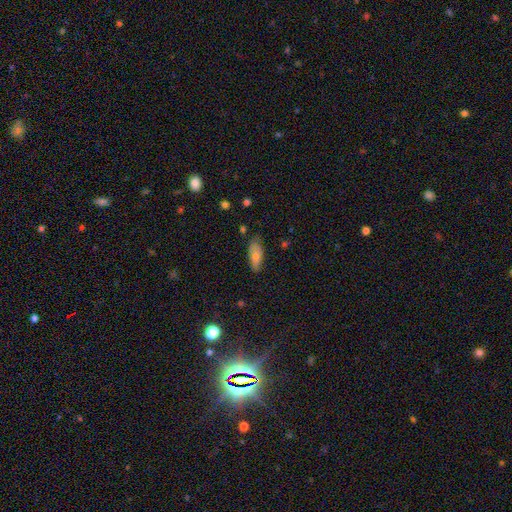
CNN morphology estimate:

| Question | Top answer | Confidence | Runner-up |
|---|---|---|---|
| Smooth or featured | smooth | 78% | featured or disk (16%) |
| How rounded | in between | 79% | cigar-shaped (19%) |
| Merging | none | 72% | minor disturbance (22%) |